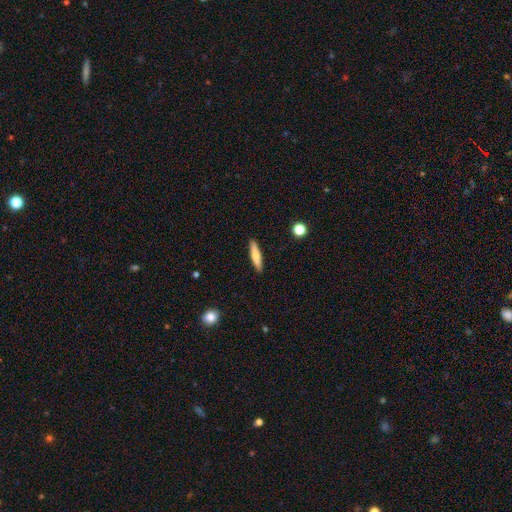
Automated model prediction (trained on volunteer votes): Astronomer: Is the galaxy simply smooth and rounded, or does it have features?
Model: smooth — 67%.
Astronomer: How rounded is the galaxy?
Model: cigar-shaped — 85%.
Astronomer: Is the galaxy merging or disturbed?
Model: none — 90%.